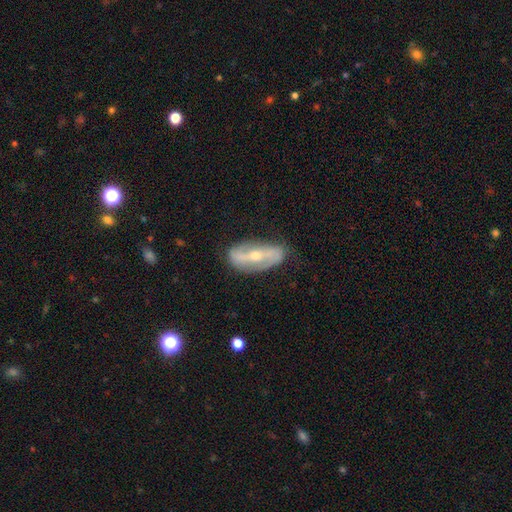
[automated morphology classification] smooth_or_featured: featured or disk (p=0.79) [alt: smooth p=0.15]
disk_edge_on: no (p=0.87) [alt: yes p=0.13]
bar: strong (p=0.53) [alt: weak p=0.24]
has_spiral_arms: yes (p=0.83) [alt: no p=0.17]
spiral_winding: loose (p=0.51) [alt: medium p=0.30]
spiral_arm_count: 2 (p=0.88) [alt: can't tell p=0.07]
bulge_size: small (p=0.51) [alt: moderate p=0.46]
merging: none (p=0.78) [alt: minor disturbance p=0.16]